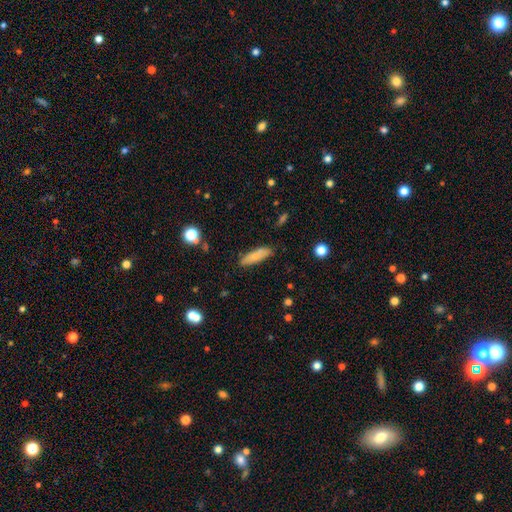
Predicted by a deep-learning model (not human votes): This appears to be a smooth galaxy with no disk features (79%) that is cigar-shaped (60%). Merging: none (81%).